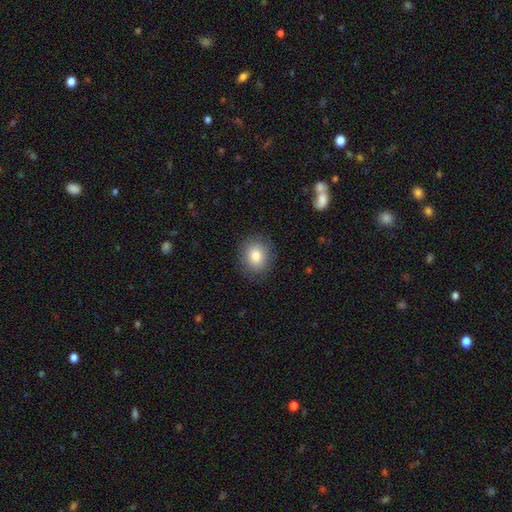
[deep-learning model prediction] This is clearly a smooth galaxy (83%). How rounded: likely round (69%). Merging: clearly none (88%).